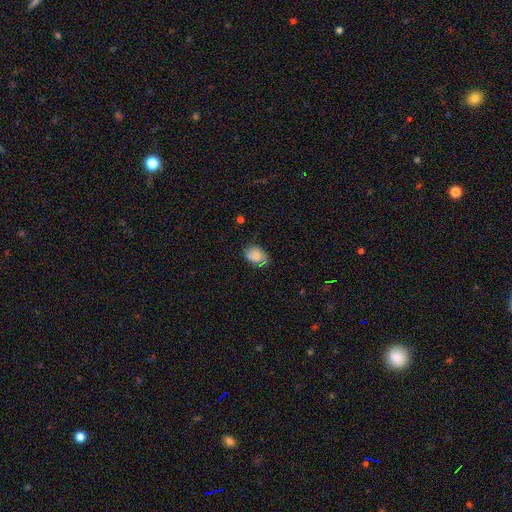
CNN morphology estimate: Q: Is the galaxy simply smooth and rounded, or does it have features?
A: smooth — 65%.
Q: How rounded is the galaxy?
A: in between — 79%.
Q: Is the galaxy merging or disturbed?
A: none — 66%.